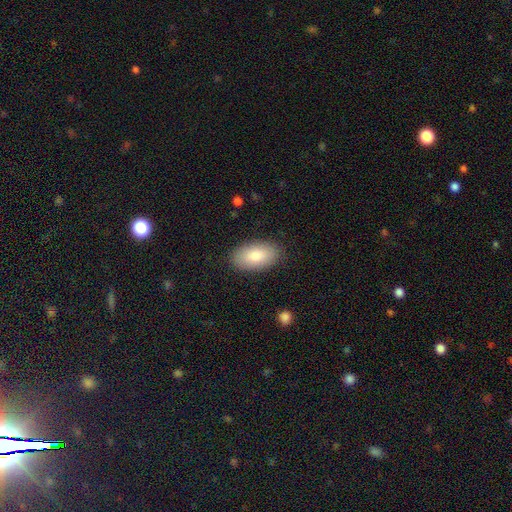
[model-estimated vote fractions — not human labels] Smooth or featured: smooth — 84% (featured or disk — 10%)
How rounded: in between — 95% (round — 3%)
Merging: none — 86% (minor disturbance — 10%)